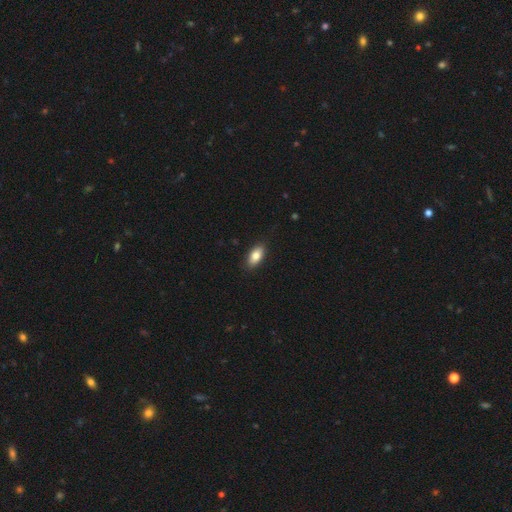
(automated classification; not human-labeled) Smooth or featured?
  - smooth: 82% *
  - featured or disk: 11%
  - star or artifact: 7%
How rounded?
  - in between: 90% *
  - cigar-shaped: 7%
  - round: 3%
Merging?
  - none: 88% *
  - minor disturbance: 10%
  - major disturbance: 2%
  - merger: 1%